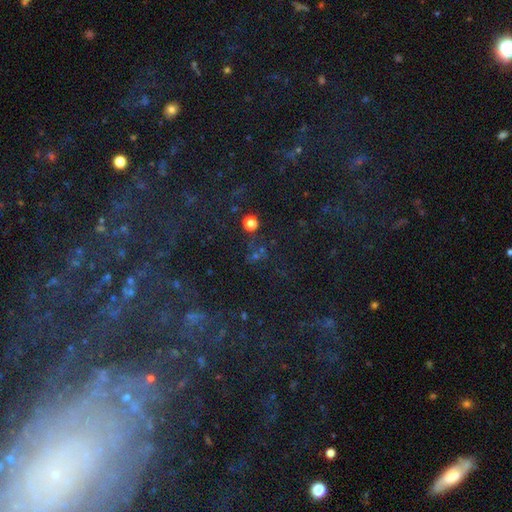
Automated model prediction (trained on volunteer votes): smooth-or-featured: star or artifact: 63% | smooth: 26% | featured or disk: 11%